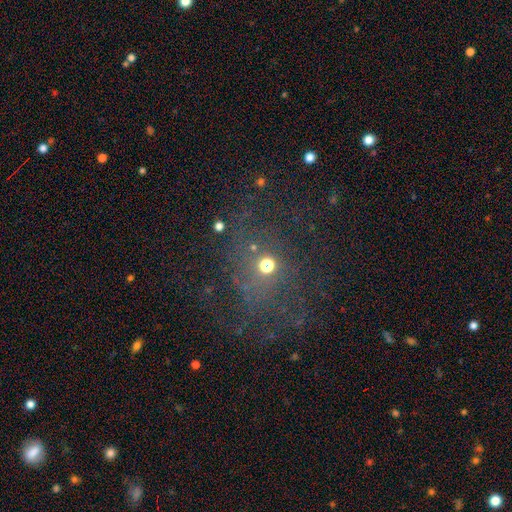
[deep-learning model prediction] featured or disk 38%, star or artifact 36%, smooth 26%. Down the decision tree: merging — none (69%).